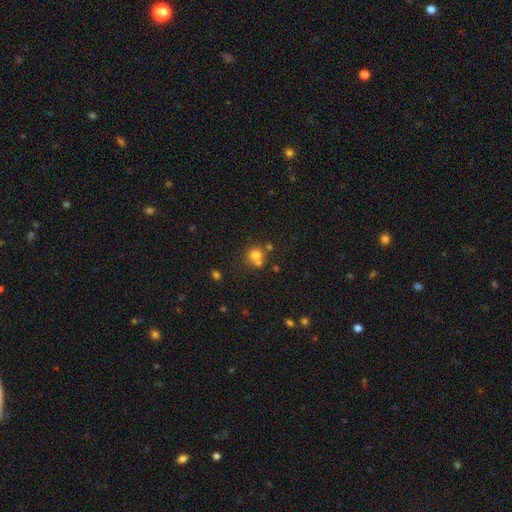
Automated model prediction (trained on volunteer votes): smooth-or-featured: smooth: 74% | star or artifact: 14% | featured or disk: 12%
  how-rounded: round: 87% | in between: 12% | cigar-shaped: 1%
  merging: none: 54% | merger: 34% | minor disturbance: 9% | major disturbance: 4%